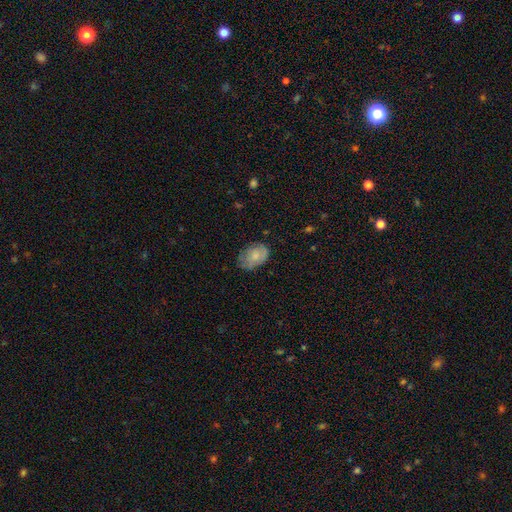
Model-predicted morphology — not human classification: Smooth or featured?
  - smooth: 72% *
  - featured or disk: 21%
  - star or artifact: 7%
How rounded?
  - in between: 82% *
  - round: 17%
  - cigar-shaped: 1%
Merging?
  - none: 61% *
  - minor disturbance: 29%
  - major disturbance: 9%
  - merger: 1%